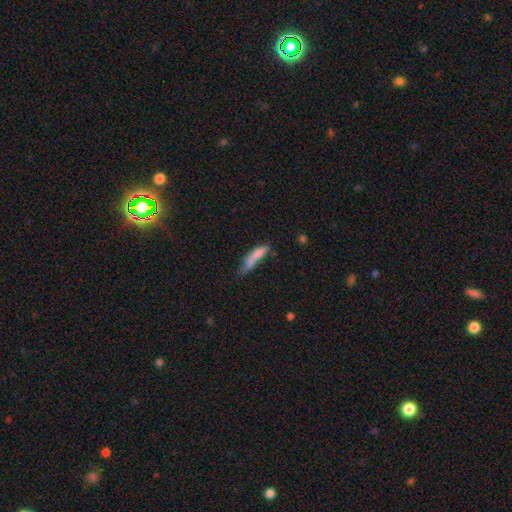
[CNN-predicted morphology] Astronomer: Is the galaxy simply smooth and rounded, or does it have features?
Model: smooth — 71%.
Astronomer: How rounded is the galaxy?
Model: cigar-shaped — 71%.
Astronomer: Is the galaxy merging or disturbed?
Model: none — 38% (runner-up: minor disturbance, 27%).